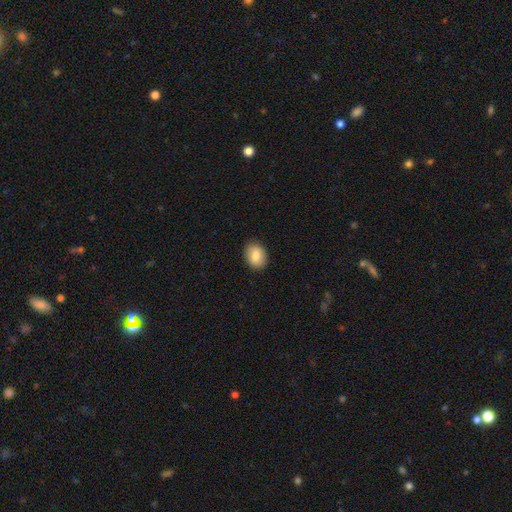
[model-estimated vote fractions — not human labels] A smooth galaxy with no disk features (83%) that is in between round and cigar-shaped (65%). Merging: none (88%).